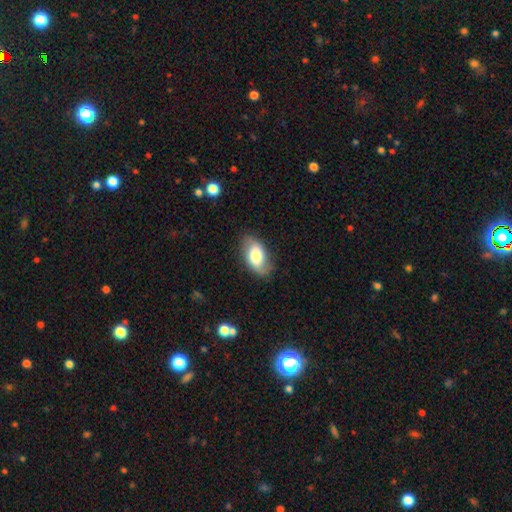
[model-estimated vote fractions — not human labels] smooth_or_featured: smooth (p=0.61) [alt: featured or disk p=0.32]
how_rounded: in between (p=0.93) [alt: round p=0.05]
merging: none (p=0.78) [alt: minor disturbance p=0.16]